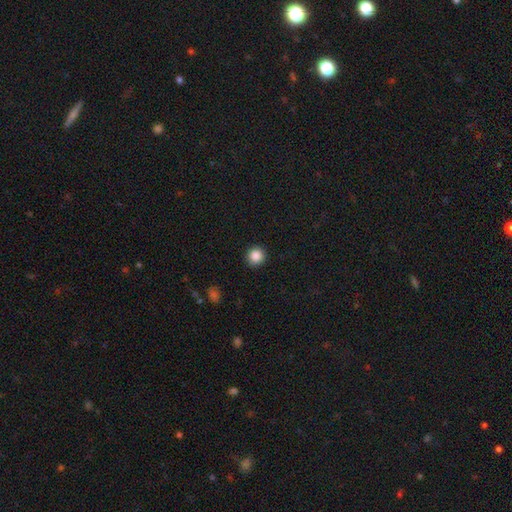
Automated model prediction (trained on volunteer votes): Smooth or featured: smooth — 87% (star or artifact — 10%)
How rounded: round — 94% (in between — 5%)
Merging: none — 92% (minor disturbance — 5%)